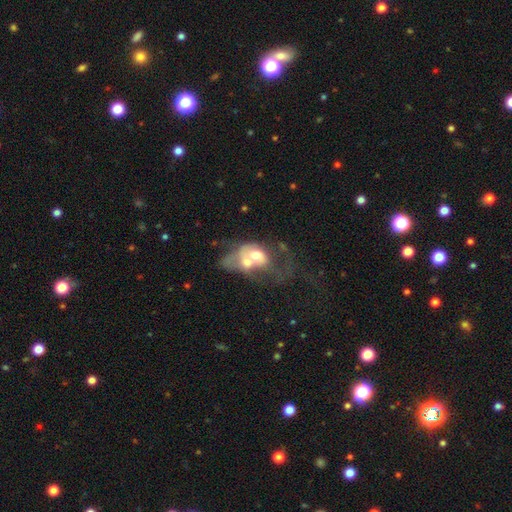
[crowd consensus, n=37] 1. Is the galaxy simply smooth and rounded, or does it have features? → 57% featured or disk, 38% smooth, 5% star or artifact.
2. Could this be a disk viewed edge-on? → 95% no, 5% yes.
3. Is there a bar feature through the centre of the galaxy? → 85% no, 10% weak, 5% strong.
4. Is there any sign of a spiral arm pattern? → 80% no, 20% yes.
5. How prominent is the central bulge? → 65% moderate, 15% large, 10% small, 5% dominant, 5% none.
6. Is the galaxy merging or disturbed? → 57% merger, 29% major disturbance, 9% minor disturbance, 6% none.